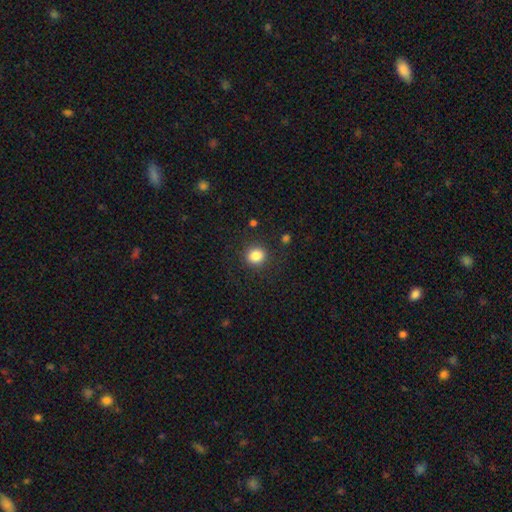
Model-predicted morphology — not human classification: This appears to be a smooth galaxy with no disk features (85%) that is round (83%). Merging: none (88%).